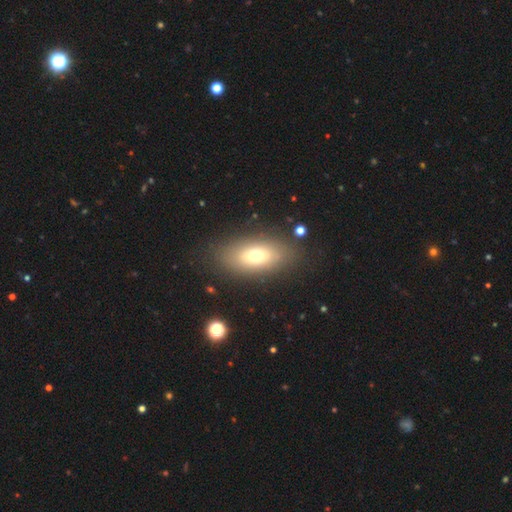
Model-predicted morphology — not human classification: Smooth or featured: smooth — 69% (featured or disk — 21%)
How rounded: in between — 86% (cigar-shaped — 8%)
Merging: none — 83% (minor disturbance — 10%)